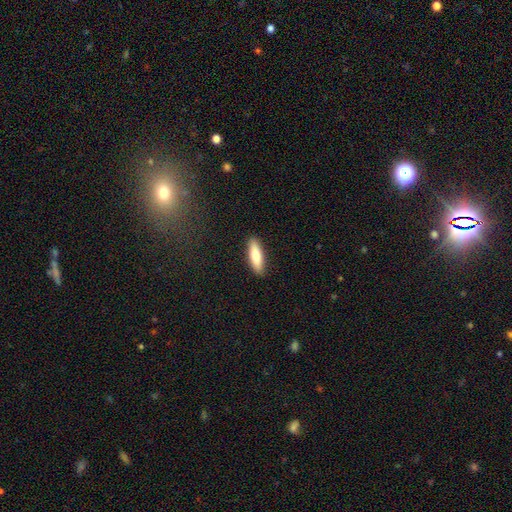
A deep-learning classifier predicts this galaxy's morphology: Q: Smooth or featured?
A: smooth (78%); runner-up: featured or disk (17%)
Q: How rounded?
A: cigar-shaped (54%); runner-up: in between (44%)
Q: Merging?
A: none (90%); runner-up: minor disturbance (8%)